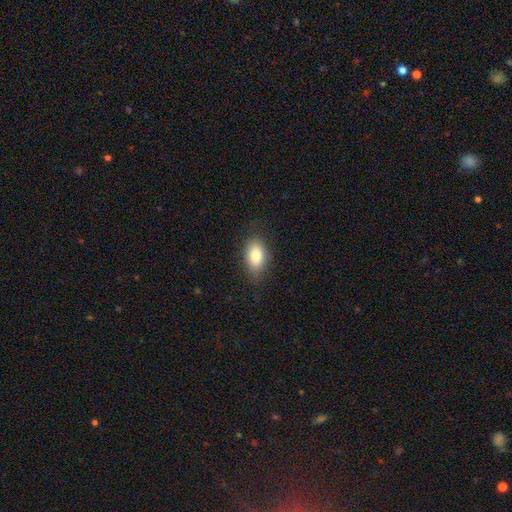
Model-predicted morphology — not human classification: The model was most divided on "merging": none: 81%, minor disturbance: 14%, major disturbance: 4%, merger: 1%. More confident: how rounded — in between (89%); smooth or featured — smooth (83%).